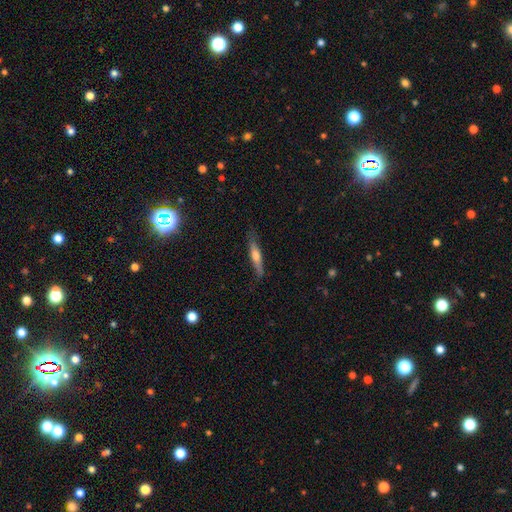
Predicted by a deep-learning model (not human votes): A featured or disk galaxy (48%). Merging: none (79%).